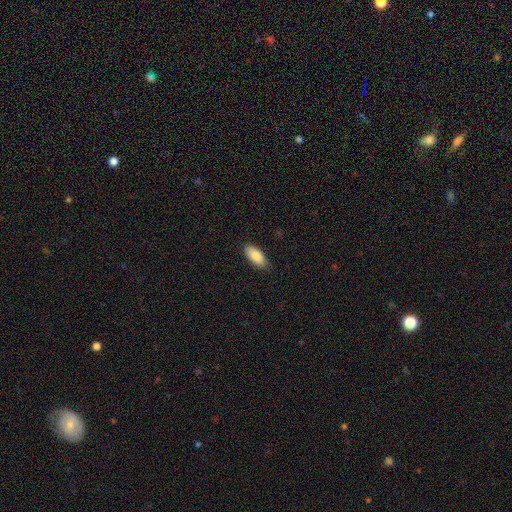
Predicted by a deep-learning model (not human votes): This is clearly a smooth galaxy (87%). How rounded: clearly in between (88%). Merging: clearly none (86%).